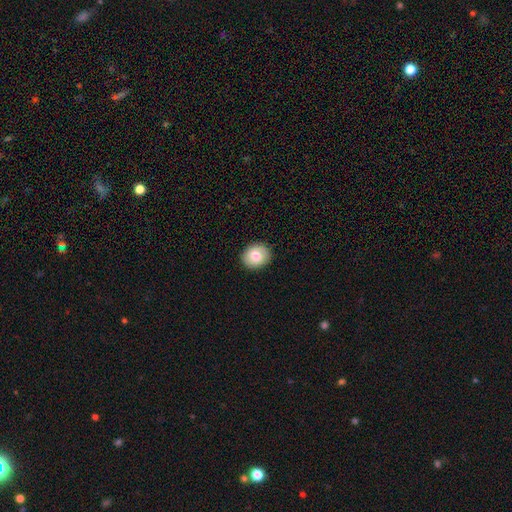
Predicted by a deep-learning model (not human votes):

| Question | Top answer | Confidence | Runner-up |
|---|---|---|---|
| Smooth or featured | smooth | 79% | featured or disk (14%) |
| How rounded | round | 58% | in between (41%) |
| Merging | none | 90% | minor disturbance (8%) |